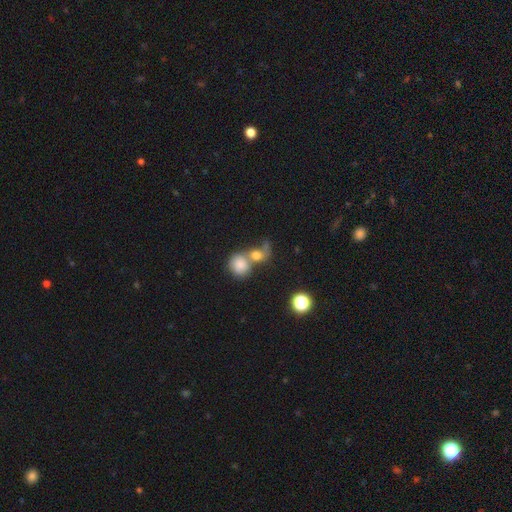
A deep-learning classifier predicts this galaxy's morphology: Smooth or featured: smooth — 67% (featured or disk — 19%)
How rounded: round — 72% (in between — 26%)
Merging: merger — 61% (none — 23%)